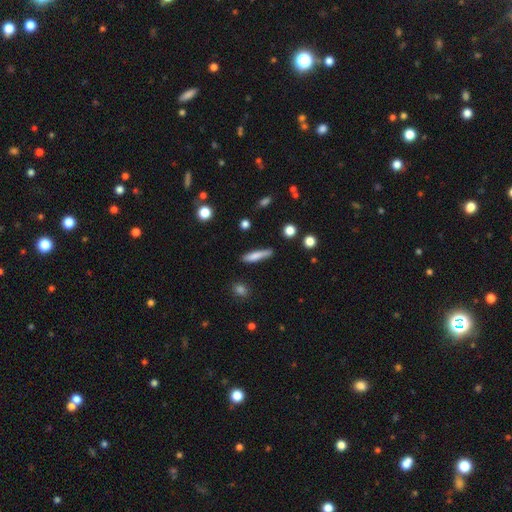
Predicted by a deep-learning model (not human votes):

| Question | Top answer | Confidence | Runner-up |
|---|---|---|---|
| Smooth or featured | smooth | 75% | featured or disk (18%) |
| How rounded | cigar-shaped | 83% | in between (15%) |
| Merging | none | 78% | minor disturbance (16%) |